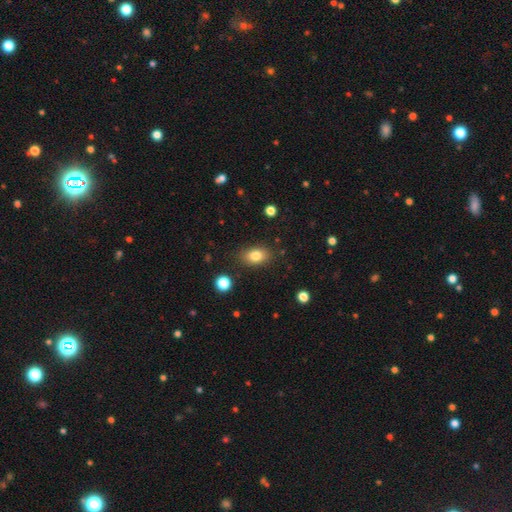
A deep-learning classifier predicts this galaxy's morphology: Smooth or featured? Predicted: smooth (p=0.81). How rounded? Predicted: in between (p=0.81). Merging? Predicted: none (p=0.84).